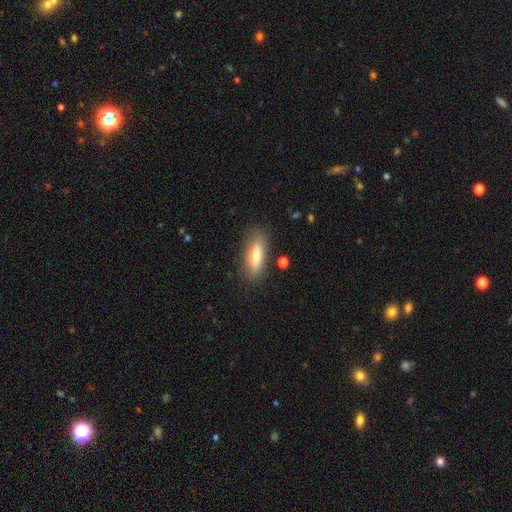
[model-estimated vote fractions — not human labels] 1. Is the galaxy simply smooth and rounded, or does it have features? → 68% smooth, 25% featured or disk, 7% star or artifact.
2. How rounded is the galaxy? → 49% in between, 48% cigar-shaped, 2% round.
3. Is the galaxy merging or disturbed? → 84% none, 12% minor disturbance, 3% major disturbance, 2% merger.